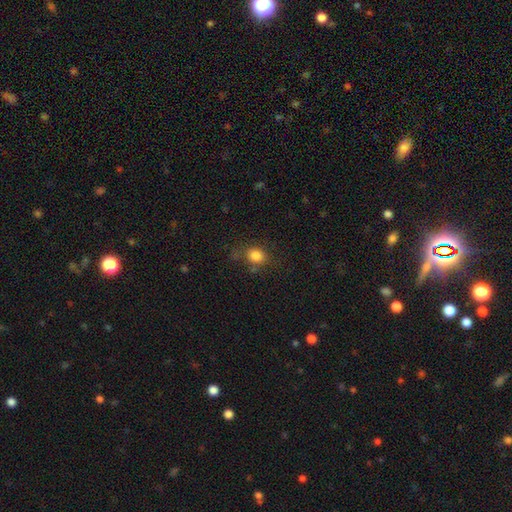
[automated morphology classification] type=smooth (83%); roundness=round (62%); merging=none (71%).